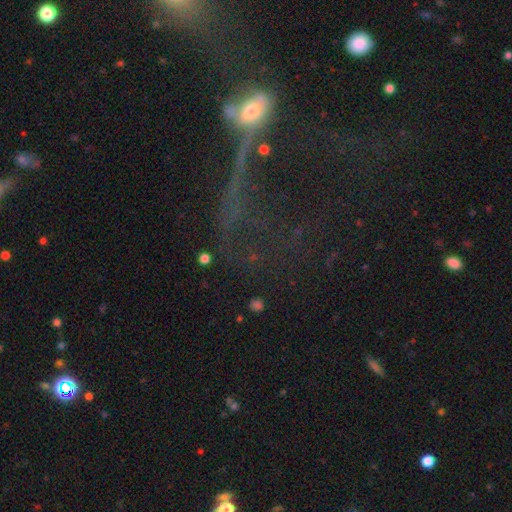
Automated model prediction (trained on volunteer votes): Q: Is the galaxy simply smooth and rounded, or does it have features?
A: star or artifact — 40%.